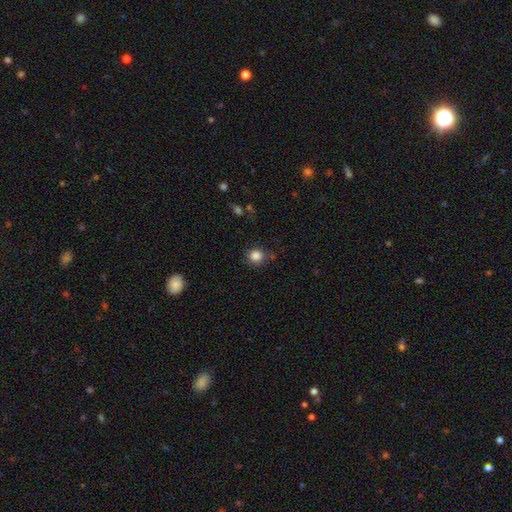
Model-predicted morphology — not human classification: Smooth or featured: smooth — 85% (star or artifact — 11%)
How rounded: round — 87% (in between — 12%)
Merging: none — 80% (minor disturbance — 14%)